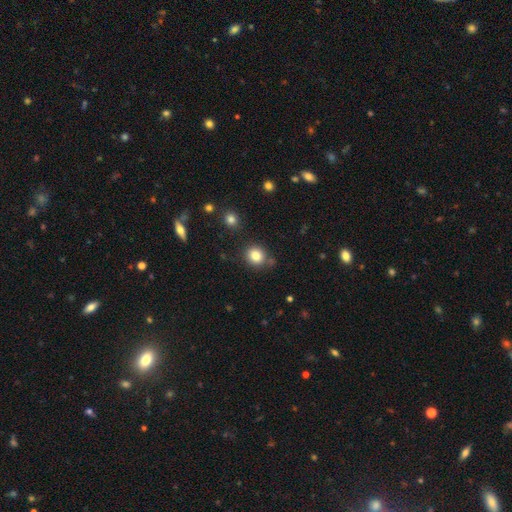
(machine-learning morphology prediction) The model was most divided on "how rounded": round: 81%, in between: 18%, cigar-shaped: 1%. More confident: smooth or featured — smooth (83%); merging — none (81%).